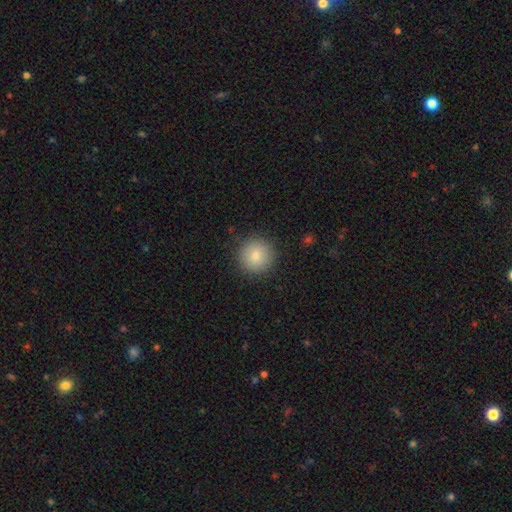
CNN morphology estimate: smooth 84%, star or artifact 9%, featured or disk 7%. Down the decision tree: how rounded — round (95%); merging — none (90%).